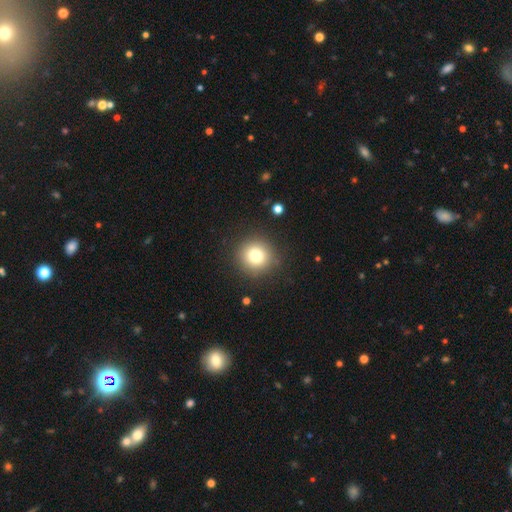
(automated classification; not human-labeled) Smooth or featured? Predicted: smooth (p=0.78). How rounded? Predicted: round (p=0.93). Merging? Predicted: none (p=0.88).